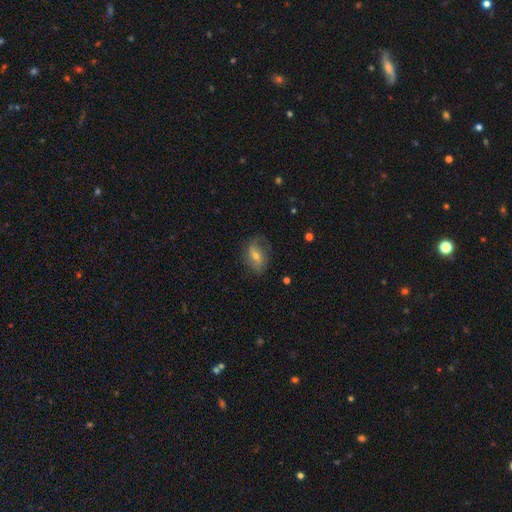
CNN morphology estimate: Smooth or featured?
  - featured or disk: 52% *
  - smooth: 39%
  - star or artifact: 8%
Edge-on disk?
  - no: 92% *
  - yes: 8%
Merging?
  - none: 64% *
  - minor disturbance: 24%
  - major disturbance: 11%
  - merger: 1%